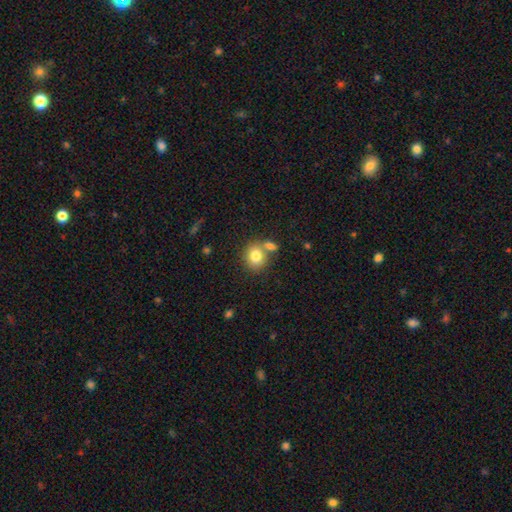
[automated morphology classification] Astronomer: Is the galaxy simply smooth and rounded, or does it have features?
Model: smooth — 80%.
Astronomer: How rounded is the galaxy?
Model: round — 70%.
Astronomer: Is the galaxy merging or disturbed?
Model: none — 53% (runner-up: merger, 32%).